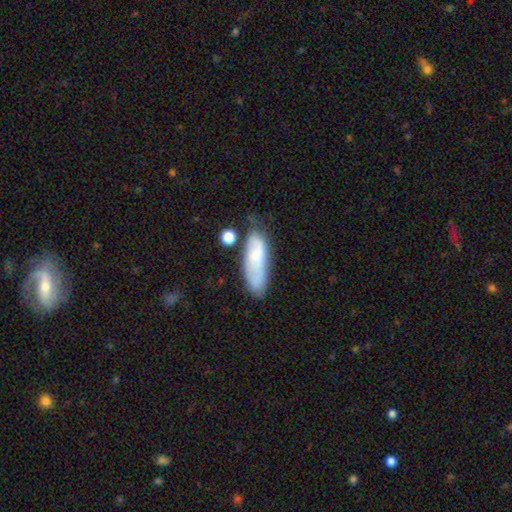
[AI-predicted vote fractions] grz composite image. It shows a smooth galaxy with no disk features (68%) that is in between round and cigar-shaped (64%). Merging: none (51%).